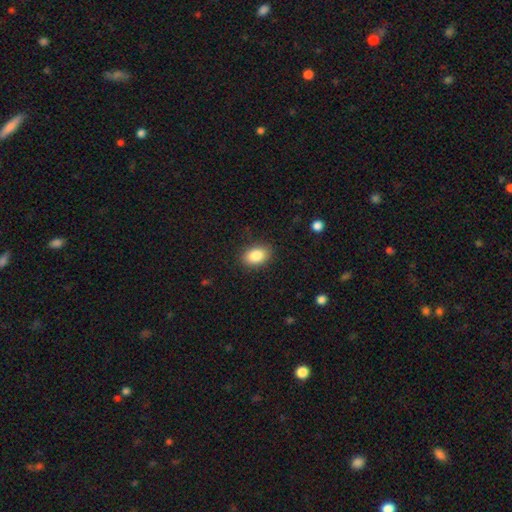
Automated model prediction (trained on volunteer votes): Smooth or featured? Predicted: smooth (p=0.86). How rounded? Predicted: in between (p=0.85). Merging? Predicted: none (p=0.87).